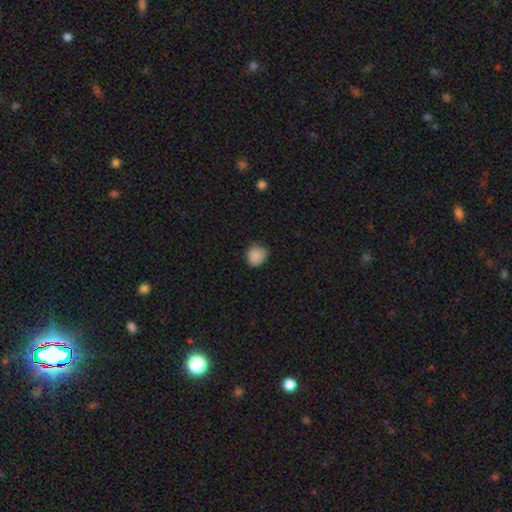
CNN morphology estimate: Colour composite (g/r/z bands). It shows a smooth galaxy with no disk features (87%) that is round (78%). Merging: none (71%).